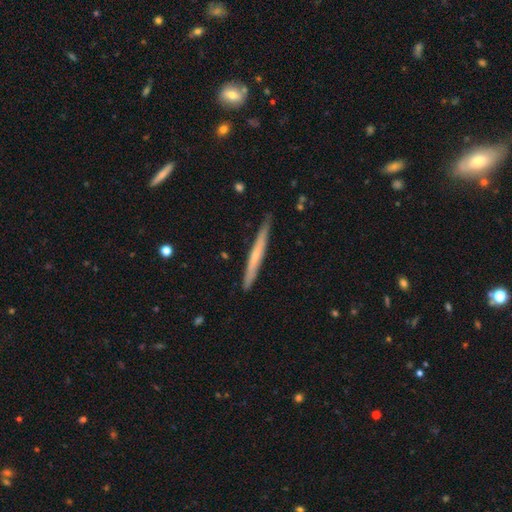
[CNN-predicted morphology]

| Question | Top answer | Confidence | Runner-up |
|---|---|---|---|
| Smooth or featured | featured or disk | 50% | smooth (45%) |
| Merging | none | 85% | minor disturbance (12%) |